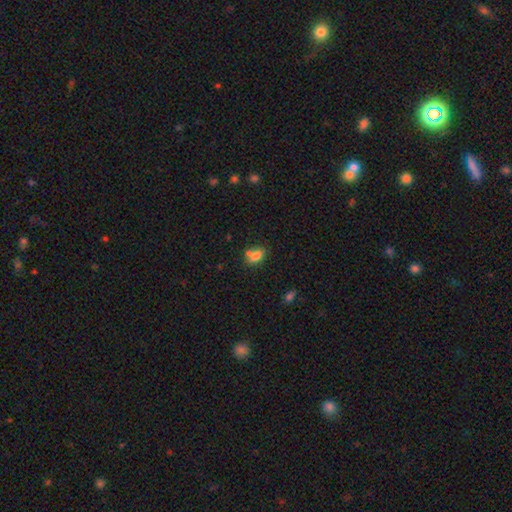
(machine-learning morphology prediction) type=smooth (77%); roundness=in between (75%); merging=none (47%).